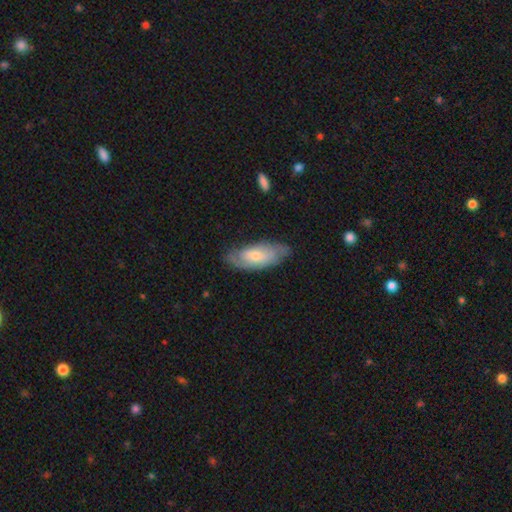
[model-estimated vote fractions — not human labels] A featured or disk galaxy (48%).

Vote fractions:
- Smooth or featured? featured or disk: 48% / smooth: 46% / star or artifact: 6%
- Merging? none: 73% / minor disturbance: 20% / major disturbance: 5% / merger: 1%